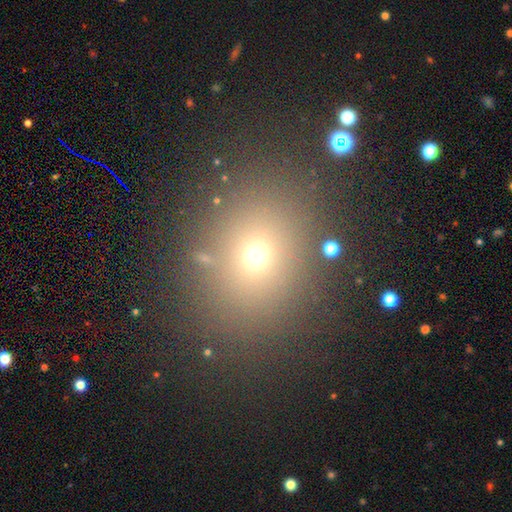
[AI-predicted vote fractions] A smooth galaxy with no disk features (65%) that is round (64%).

Vote fractions:
- Smooth or featured? smooth: 65% / star or artifact: 26% / featured or disk: 10%
- How rounded? round: 64% / in between: 35% / cigar-shaped: 1%
- Merging? none: 84% / minor disturbance: 8% / major disturbance: 4% / merger: 3%